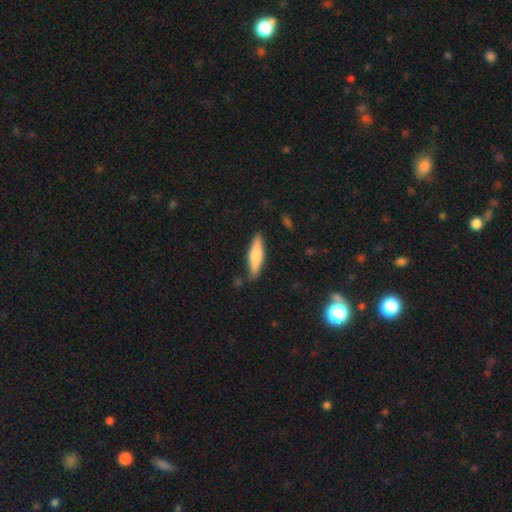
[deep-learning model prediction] Smooth or featured?
  - smooth: 61% *
  - featured or disk: 34%
  - star or artifact: 6%
How rounded?
  - cigar-shaped: 72% *
  - in between: 26%
  - round: 2%
Merging?
  - none: 84% *
  - minor disturbance: 11%
  - major disturbance: 2%
  - merger: 2%